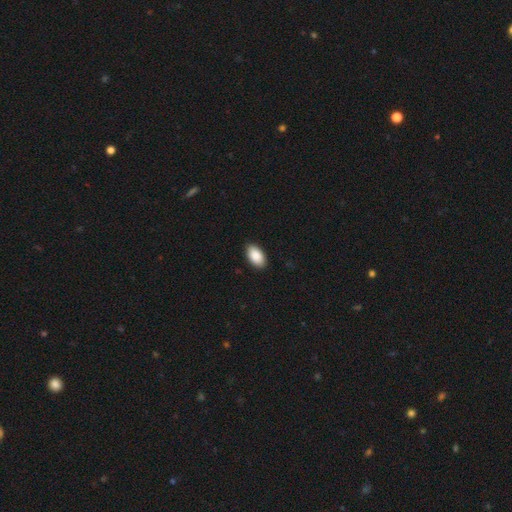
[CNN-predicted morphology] A smooth galaxy with no disk features (90%) that is in between round and cigar-shaped (95%). Merging: none (89%).